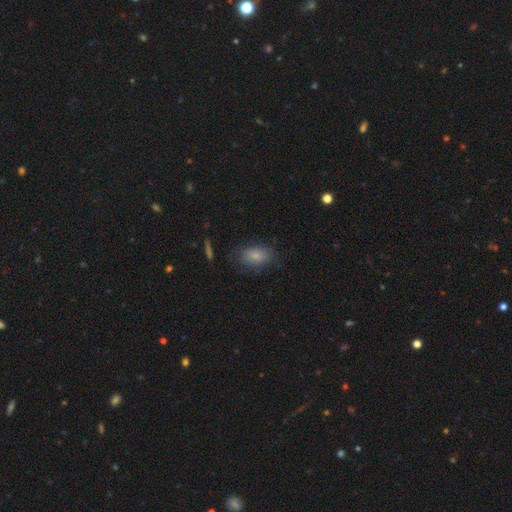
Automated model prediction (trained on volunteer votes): A smooth galaxy with no disk features (79%) that is in between round and cigar-shaped (86%).

Vote fractions:
- Smooth or featured? smooth: 79% / featured or disk: 13% / star or artifact: 8%
- How rounded? in between: 86% / round: 12% / cigar-shaped: 2%
- Merging? none: 70% / minor disturbance: 20% / major disturbance: 8% / merger: 2%